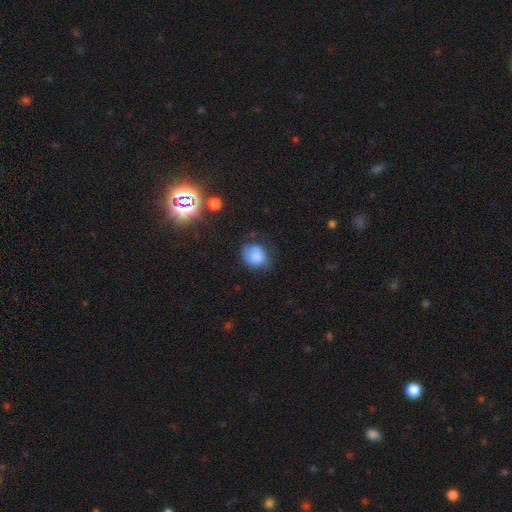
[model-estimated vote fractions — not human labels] Smooth or featured: smooth — 78% (featured or disk — 12%)
How rounded: round — 56% (in between — 43%)
Merging: none — 52% (minor disturbance — 32%)